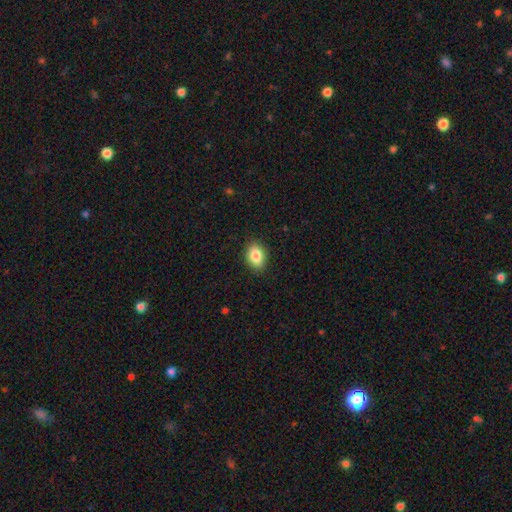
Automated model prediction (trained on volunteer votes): Morphology: type=smooth (86%); roundness=in between (79%); merging=none (88%).